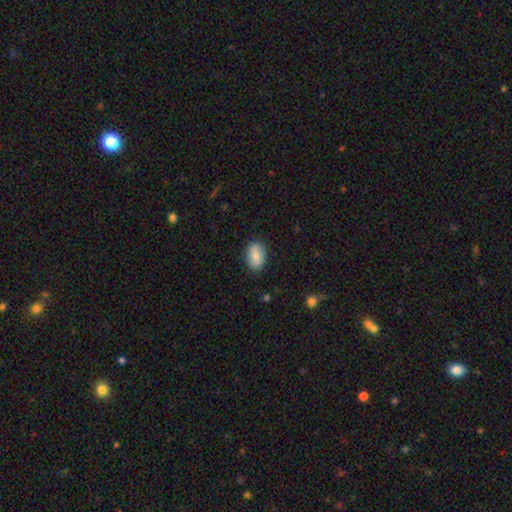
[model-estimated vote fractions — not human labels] Smooth or featured: smooth — 75% (featured or disk — 18%)
How rounded: in between — 85% (round — 14%)
Merging: none — 86% (minor disturbance — 11%)